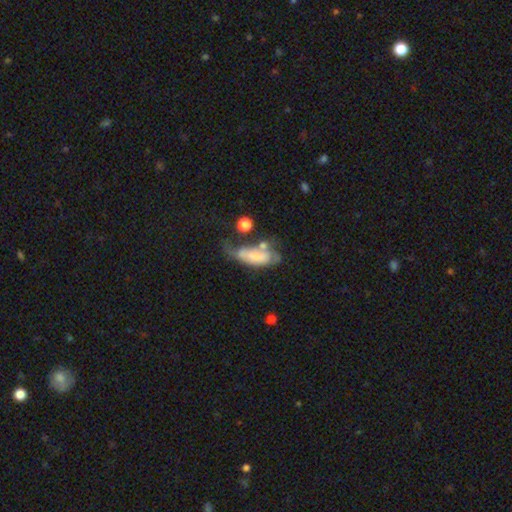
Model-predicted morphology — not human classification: Smooth or featured? Predicted: smooth (p=0.57). How rounded? Predicted: in between (p=0.77). Merging? Predicted: major disturbance (p=0.36).